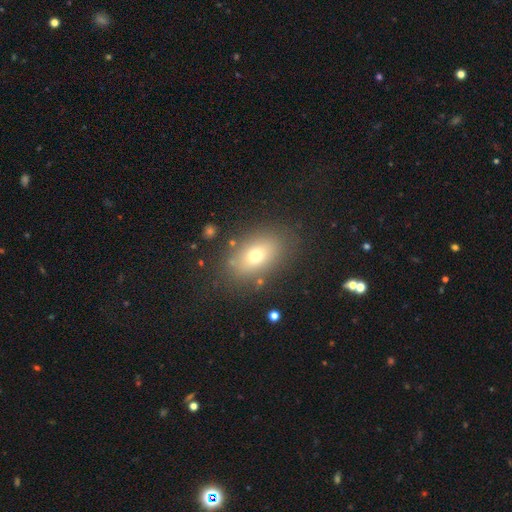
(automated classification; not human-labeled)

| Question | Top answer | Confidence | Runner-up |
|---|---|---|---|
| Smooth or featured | smooth | 70% | featured or disk (17%) |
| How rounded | in between | 81% | round (17%) |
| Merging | none | 81% | minor disturbance (11%) |